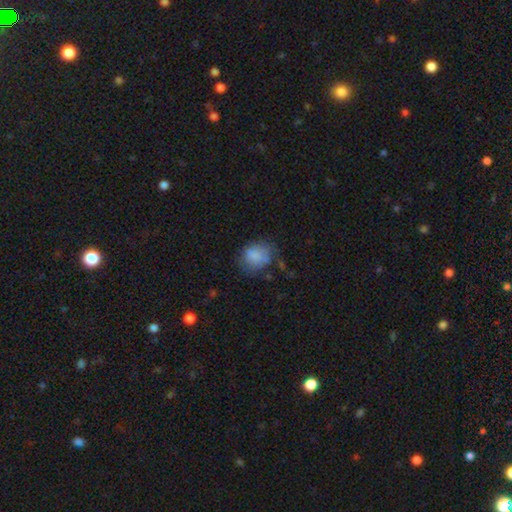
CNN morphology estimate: type=smooth (79%); roundness=round (63%); merging=none (55%).